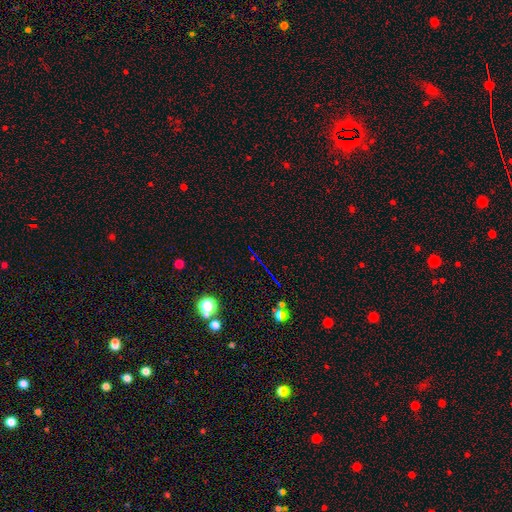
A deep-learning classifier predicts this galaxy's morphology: Smooth or featured? star or artifact (71%)